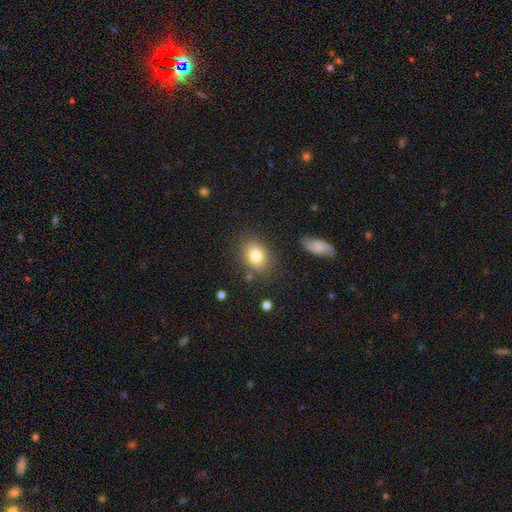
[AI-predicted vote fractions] Smooth or featured: smooth — 81% (star or artifact — 10%)
How rounded: in between — 58% (round — 41%)
Merging: none — 80% (minor disturbance — 12%)